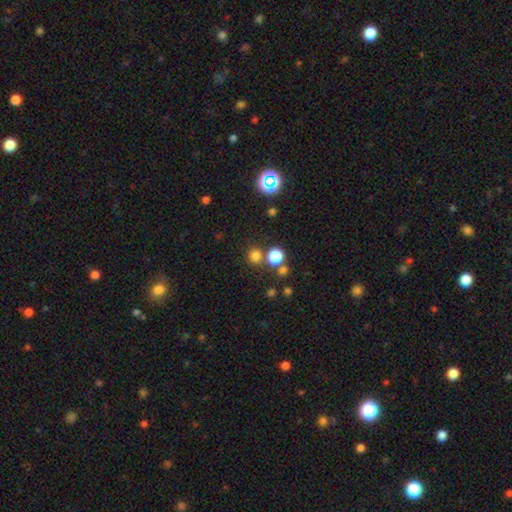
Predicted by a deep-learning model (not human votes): A smooth galaxy with no disk features (75%) that is round (90%). Merging: none (75%).